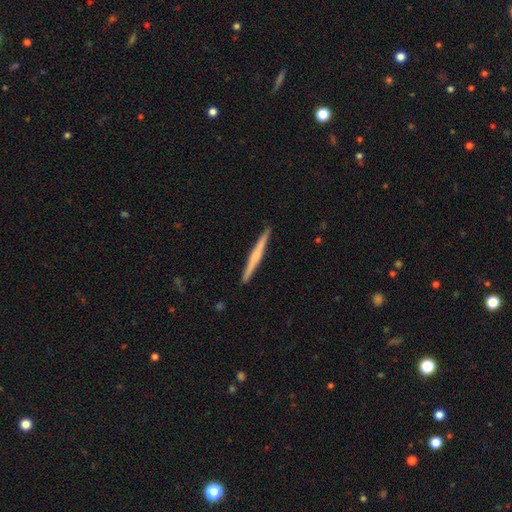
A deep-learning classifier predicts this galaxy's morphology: Overall: featured or disk (61%; smooth 34%). Edge-on disk: yes (98%). Edge-on bulge: rounded (52%; none 37%). Merging: none (92%).